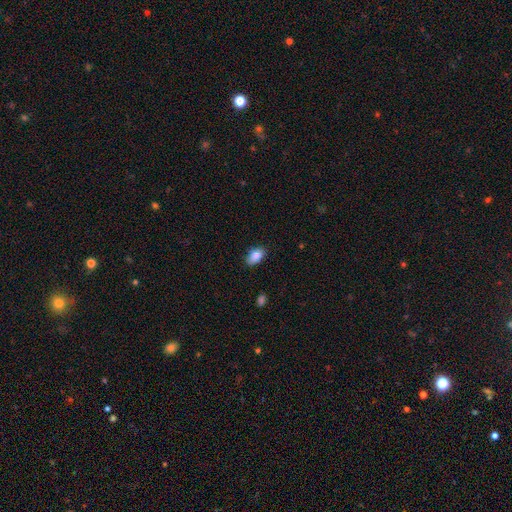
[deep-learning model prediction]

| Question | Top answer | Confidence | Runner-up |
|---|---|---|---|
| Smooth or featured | smooth | 88% | star or artifact (7%) |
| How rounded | in between | 90% | round (8%) |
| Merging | none | 80% | minor disturbance (16%) |